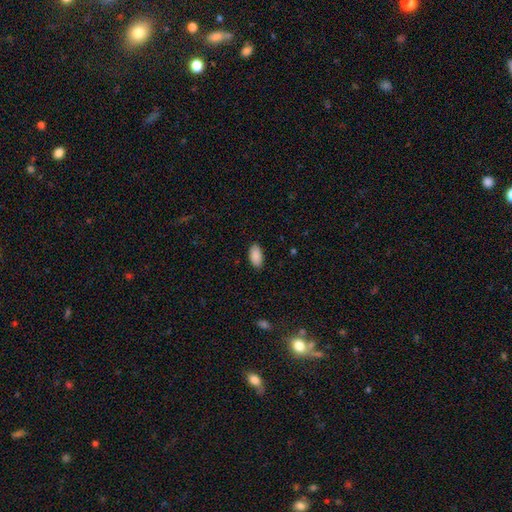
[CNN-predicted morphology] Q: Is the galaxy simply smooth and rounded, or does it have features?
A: smooth — 90%.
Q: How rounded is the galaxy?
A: in between — 95%.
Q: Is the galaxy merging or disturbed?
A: none — 88%.